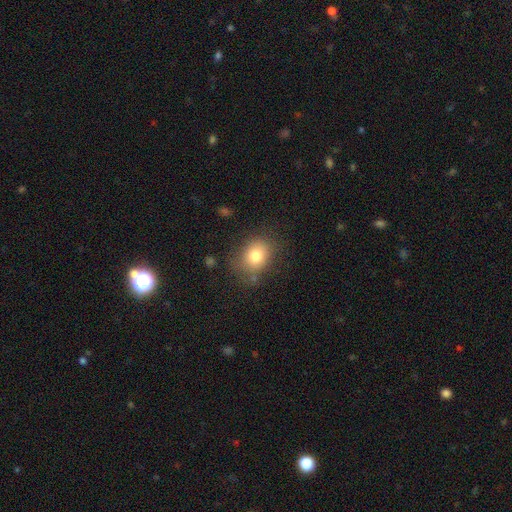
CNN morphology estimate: smooth-or-featured: smooth: 78% | featured or disk: 11% | star or artifact: 11%
  how-rounded: round: 51% | in between: 48% | cigar-shaped: 1%
  merging: none: 73% | minor disturbance: 18% | major disturbance: 6% | merger: 3%